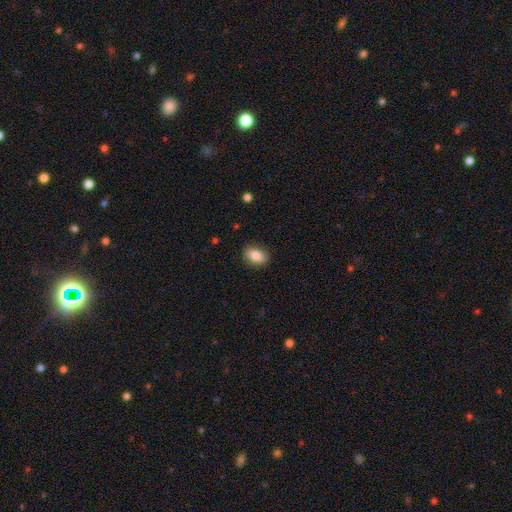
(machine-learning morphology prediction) Smooth or featured? smooth (83%)
How rounded? in between (81%)
Merging? none (86%)